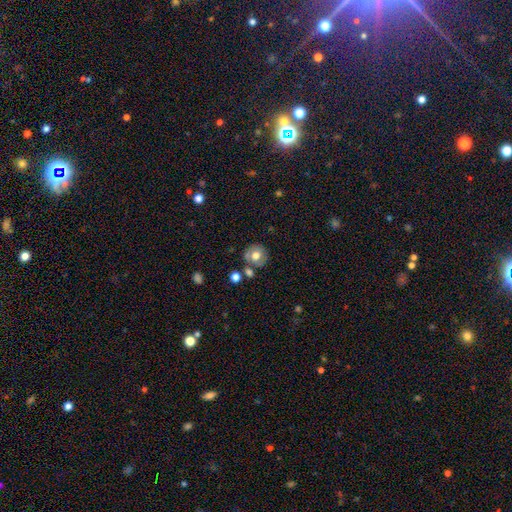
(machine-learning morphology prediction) Smooth or featured: smooth — 63% (featured or disk — 28%)
How rounded: round — 88% (in between — 11%)
Merging: none — 71% (minor disturbance — 14%)